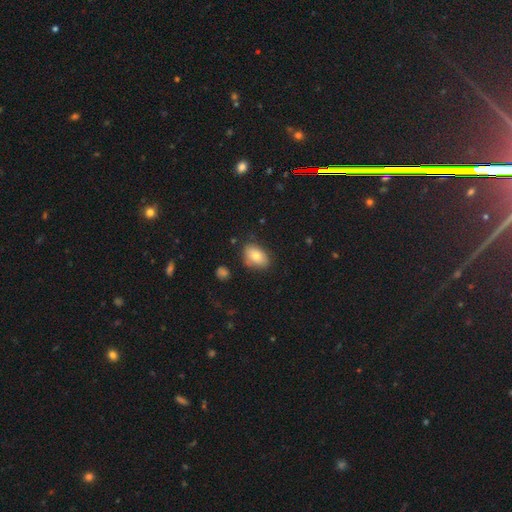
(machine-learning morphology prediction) A smooth galaxy with no disk features (77%) that is in between round and cigar-shaped (84%).

Vote fractions:
- Smooth or featured? smooth: 77% / featured or disk: 14% / star or artifact: 8%
- How rounded? in between: 84% / round: 15% / cigar-shaped: 1%
- Merging? none: 77% / minor disturbance: 17% / major disturbance: 4% / merger: 3%